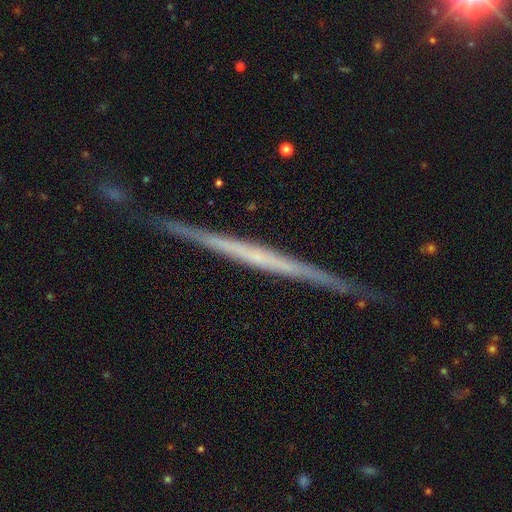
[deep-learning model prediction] The model was most divided on "smooth or featured": featured or disk: 75%, smooth: 18%, star or artifact: 7%. More confident: edge-on disk — yes (97%); merging — none (86%); edge-on bulge — none (81%).